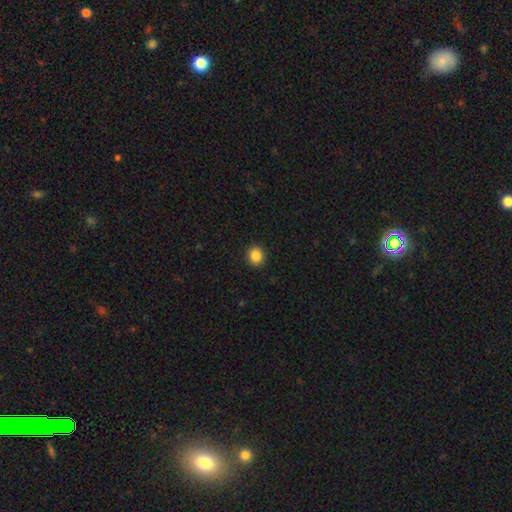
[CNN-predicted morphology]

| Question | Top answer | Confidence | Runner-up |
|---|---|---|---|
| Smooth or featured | smooth | 86% | star or artifact (10%) |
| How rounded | round | 85% | in between (14%) |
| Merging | none | 92% | minor disturbance (6%) |